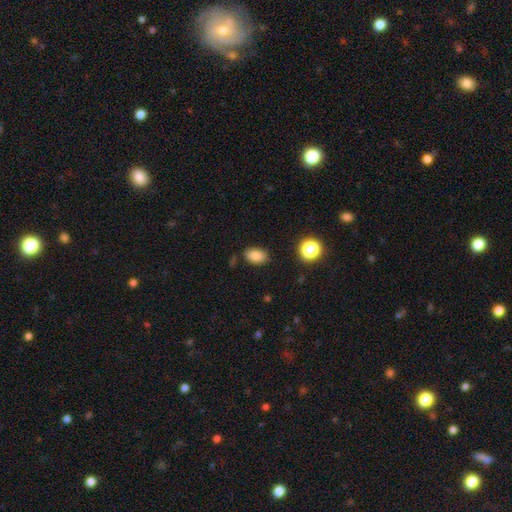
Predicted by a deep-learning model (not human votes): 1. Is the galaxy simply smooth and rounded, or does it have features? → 84% smooth, 11% star or artifact, 5% featured or disk.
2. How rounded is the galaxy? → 84% in between, 14% round, 1% cigar-shaped.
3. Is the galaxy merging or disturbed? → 82% none, 12% minor disturbance, 3% major disturbance, 2% merger.